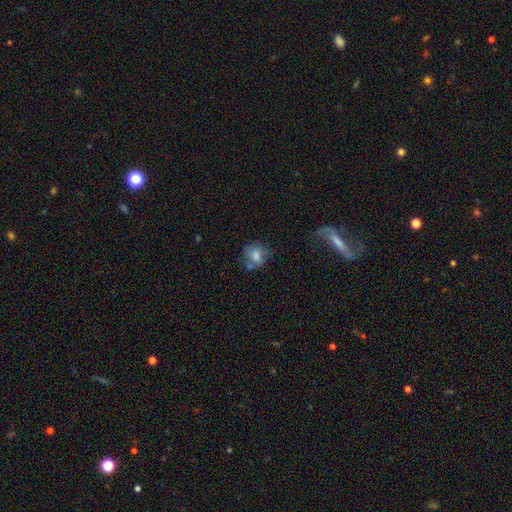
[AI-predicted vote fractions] smooth 73%, featured or disk 17%, star or artifact 10%. Down the decision tree: how rounded — round (62%); merging — none (49%).